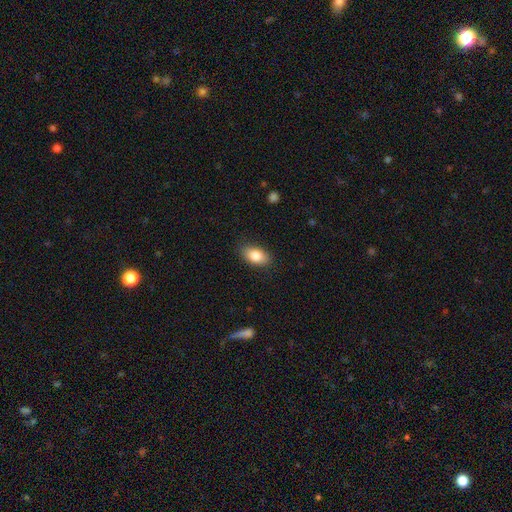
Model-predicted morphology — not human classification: This is clearly a smooth galaxy (83%). How rounded: clearly in between (90%). Merging: clearly none (86%).